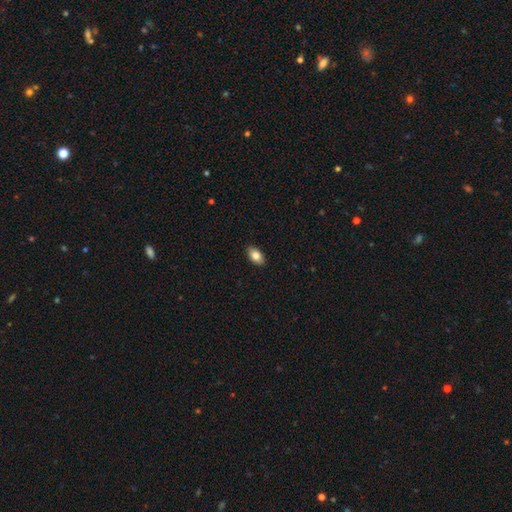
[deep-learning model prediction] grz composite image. It shows a smooth galaxy with no disk features (81%) that is in between round and cigar-shaped (92%). Merging: none (90%).